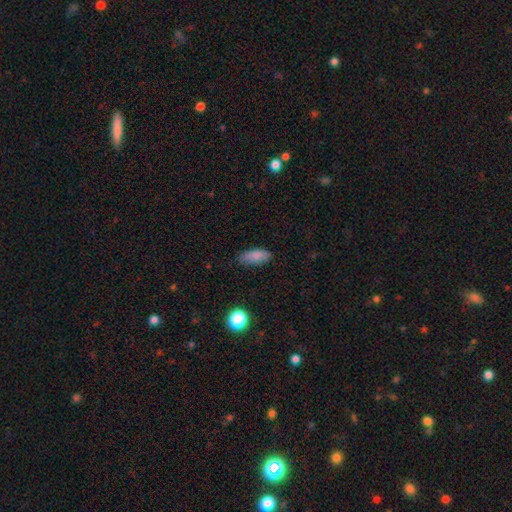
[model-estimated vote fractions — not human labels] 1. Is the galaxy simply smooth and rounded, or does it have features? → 83% smooth, 9% star or artifact, 8% featured or disk.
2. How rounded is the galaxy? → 79% in between, 17% cigar-shaped, 3% round.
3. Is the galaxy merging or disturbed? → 78% none, 17% minor disturbance, 4% major disturbance, 1% merger.